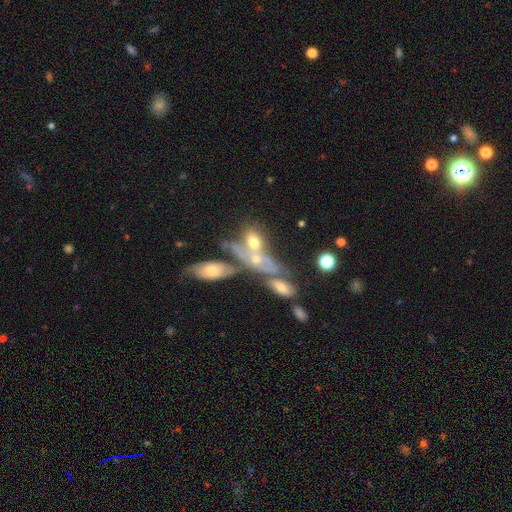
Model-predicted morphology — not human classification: Smooth or featured? featured or disk (52%)
Edge-on disk? no (74%)
Merging? merger (51%)